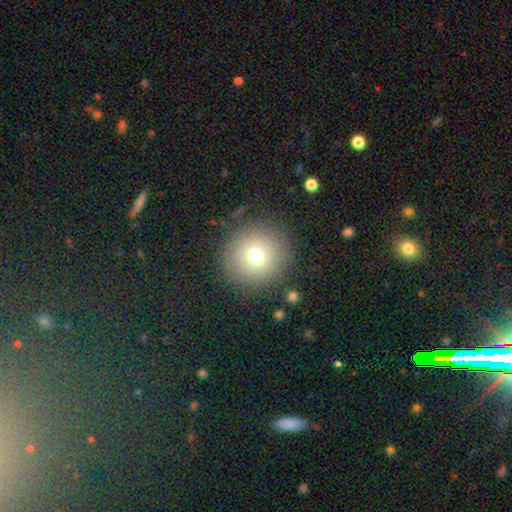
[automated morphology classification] This is likely a smooth galaxy (72%). How rounded: clearly round (94%). Merging: clearly none (86%).